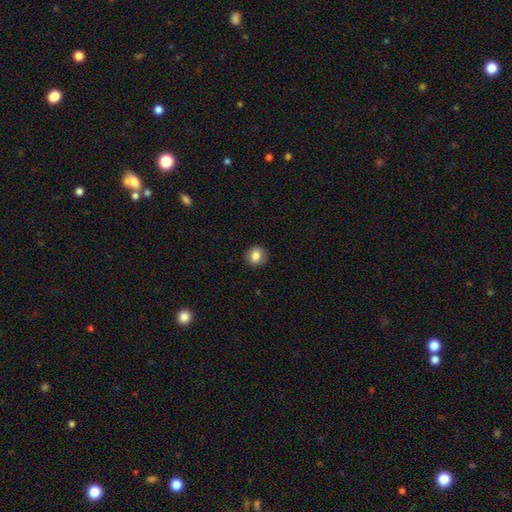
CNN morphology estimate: Q: Smooth or featured?
A: smooth (83%); runner-up: star or artifact (9%)
Q: How rounded?
A: round (72%); runner-up: in between (27%)
Q: Merging?
A: none (85%); runner-up: minor disturbance (11%)